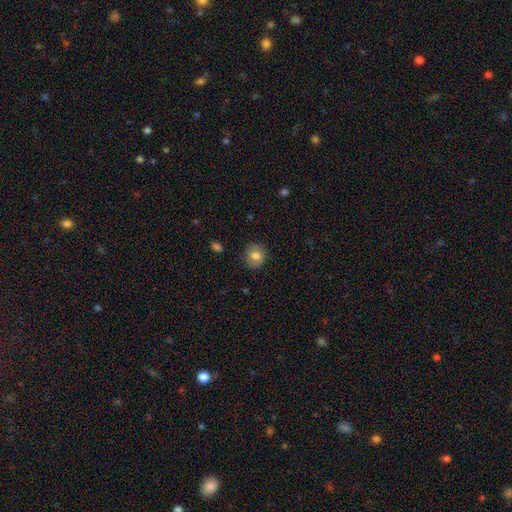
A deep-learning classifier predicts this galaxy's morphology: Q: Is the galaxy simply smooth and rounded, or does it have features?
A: smooth — 77%.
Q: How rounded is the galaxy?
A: round — 77%.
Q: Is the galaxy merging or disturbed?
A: none — 81%.